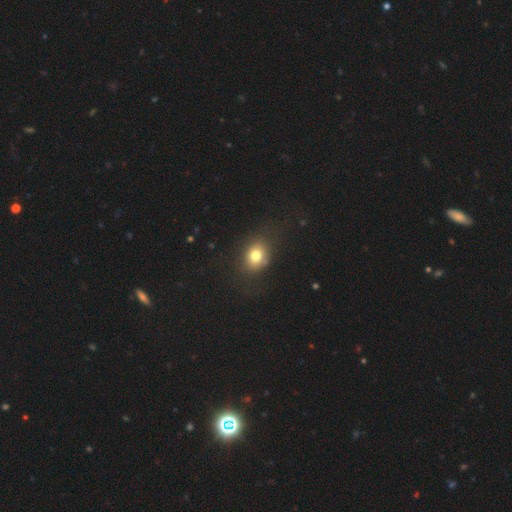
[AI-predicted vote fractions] Morphology: type=smooth (76%); roundness=round (51%); merging=none (77%).